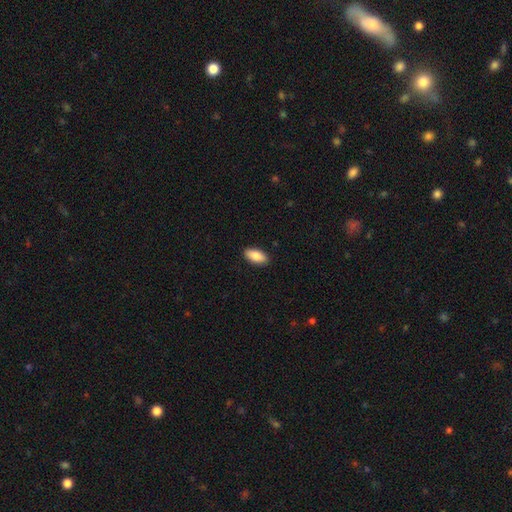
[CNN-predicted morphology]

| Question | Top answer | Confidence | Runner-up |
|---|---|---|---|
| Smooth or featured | smooth | 86% | featured or disk (7%) |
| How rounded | in between | 91% | cigar-shaped (7%) |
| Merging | none | 90% | minor disturbance (7%) |